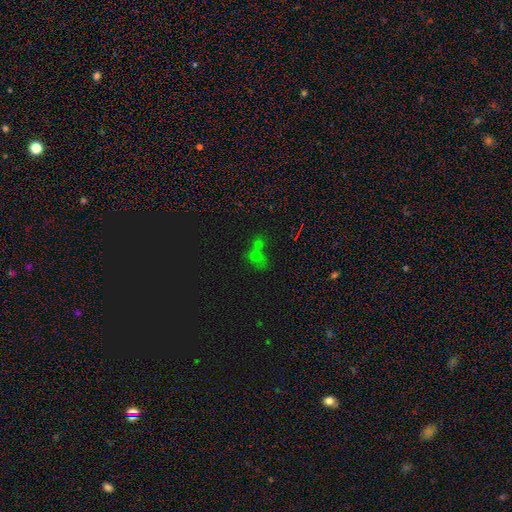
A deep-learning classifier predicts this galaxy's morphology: smooth 54%, star or artifact 32%, featured or disk 14%. Down the decision tree: how rounded — round (67%); merging — merger (60%).